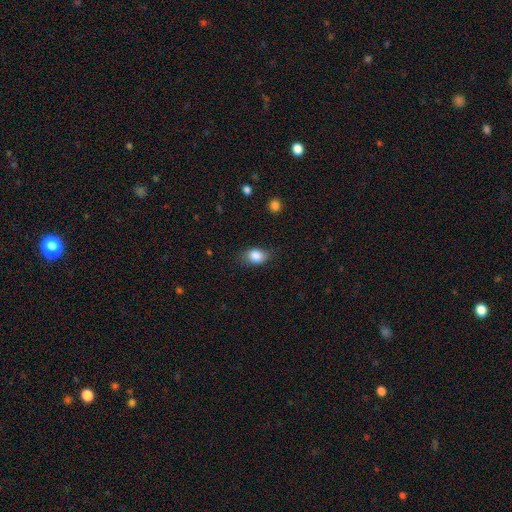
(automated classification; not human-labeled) Smooth or featured? smooth (85%)
How rounded? in between (72%)
Merging? none (72%)